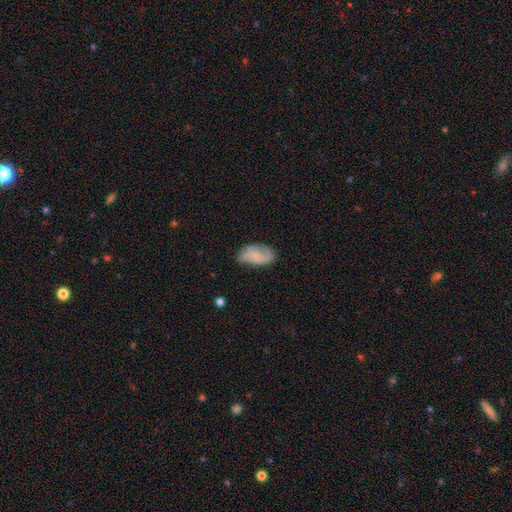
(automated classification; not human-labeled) This appears to be a smooth galaxy with no disk features (56%) that is in between round and cigar-shaped (93%). Merging: none (59%).